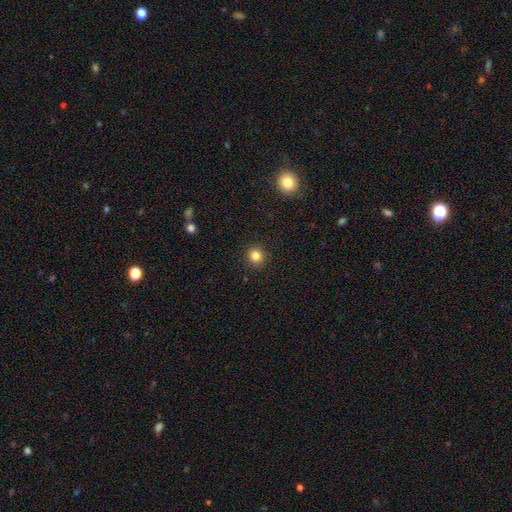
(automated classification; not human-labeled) A smooth galaxy with no disk features (83%) that is round (93%). Merging: none (92%).